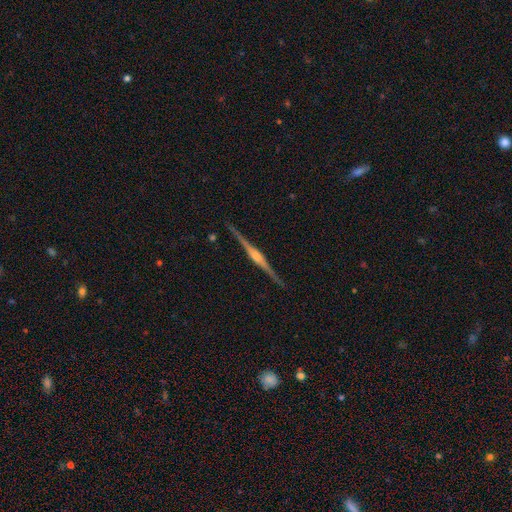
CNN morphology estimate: type=featured or disk (87%); edge-on=yes (99%); edge-on bulge=rounded (78%); merging=none (91%).